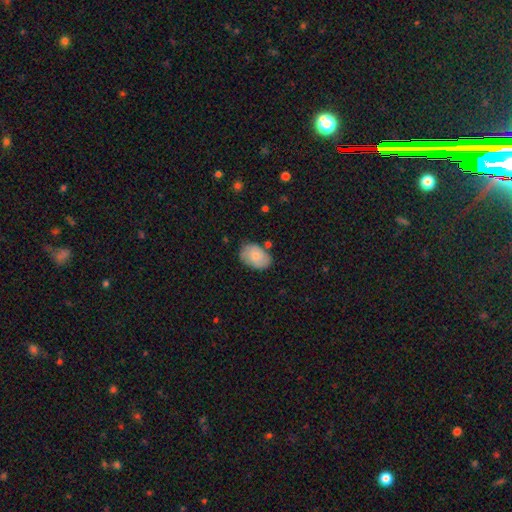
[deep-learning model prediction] smooth_or_featured: smooth (p=0.80) [alt: featured or disk p=0.14]
how_rounded: in between (p=0.86) [alt: round p=0.12]
merging: none (p=0.76) [alt: minor disturbance p=0.16]